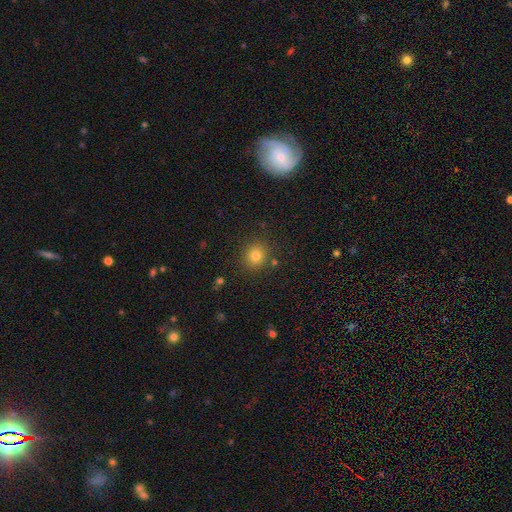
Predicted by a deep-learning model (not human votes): This appears to be a smooth galaxy with no disk features (79%) that is round (85%). Merging: none (86%).